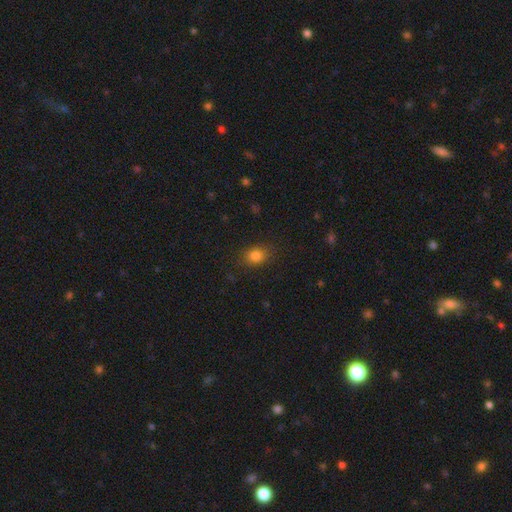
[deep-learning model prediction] Morphology: type=smooth (82%); roundness=in between (57%); merging=none (83%).